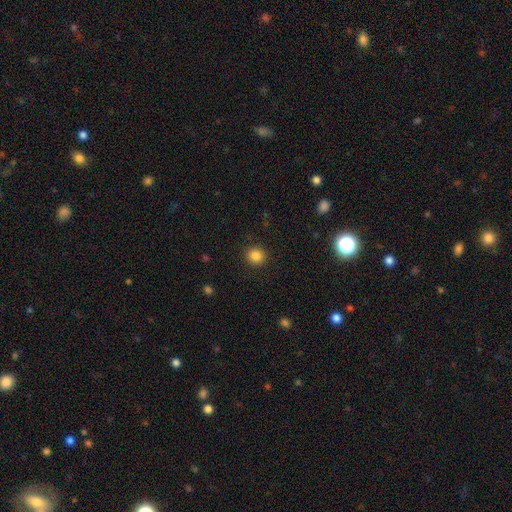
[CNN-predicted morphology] A smooth galaxy with no disk features (85%) that is round (88%).

Vote fractions:
- Smooth or featured? smooth: 85% / star or artifact: 11% / featured or disk: 4%
- How rounded? round: 88% / in between: 11% / cigar-shaped: 1%
- Merging? none: 91% / minor disturbance: 6% / major disturbance: 2% / merger: 1%